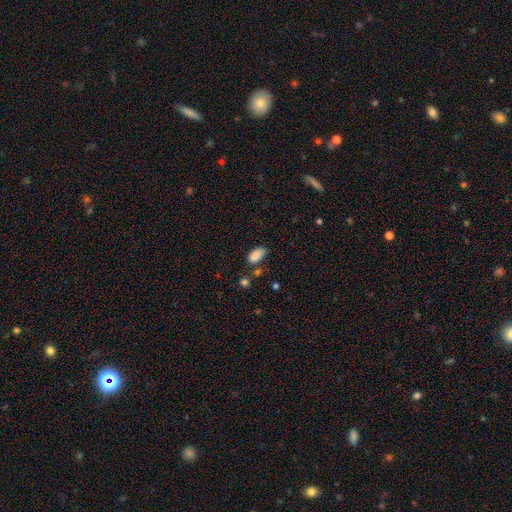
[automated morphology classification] Q: Smooth or featured?
A: smooth (87%); runner-up: star or artifact (9%)
Q: How rounded?
A: in between (93%); runner-up: round (4%)
Q: Merging?
A: none (62%); runner-up: minor disturbance (24%)